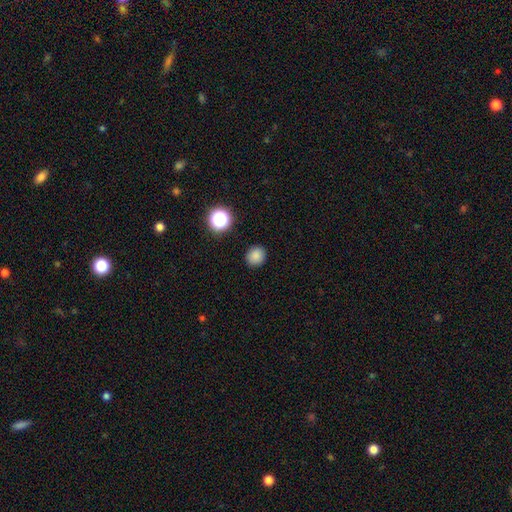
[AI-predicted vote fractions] smooth_or_featured: smooth (p=0.83) [alt: star or artifact p=0.13]
how_rounded: round (p=0.85) [alt: in between p=0.15]
merging: none (p=0.90) [alt: minor disturbance p=0.07]